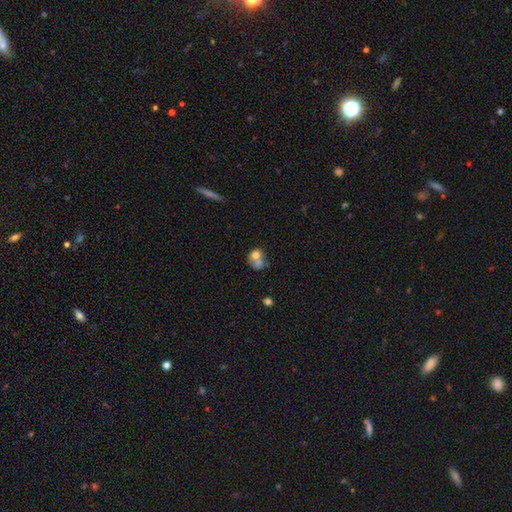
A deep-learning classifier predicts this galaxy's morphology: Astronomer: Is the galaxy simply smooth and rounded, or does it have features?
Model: smooth — 66%.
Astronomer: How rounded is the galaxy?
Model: round — 64%.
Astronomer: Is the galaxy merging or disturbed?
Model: merger — 57%.